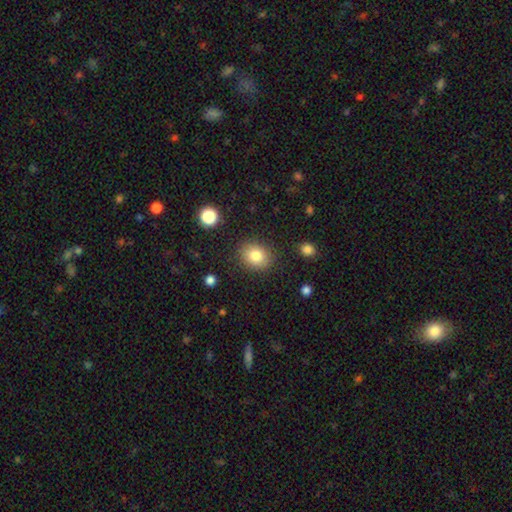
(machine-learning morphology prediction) smooth-or-featured: smooth: 81% | star or artifact: 10% | featured or disk: 8%
  how-rounded: round: 57% | in between: 42% | cigar-shaped: 1%
  merging: none: 86% | minor disturbance: 9% | major disturbance: 3% | merger: 2%